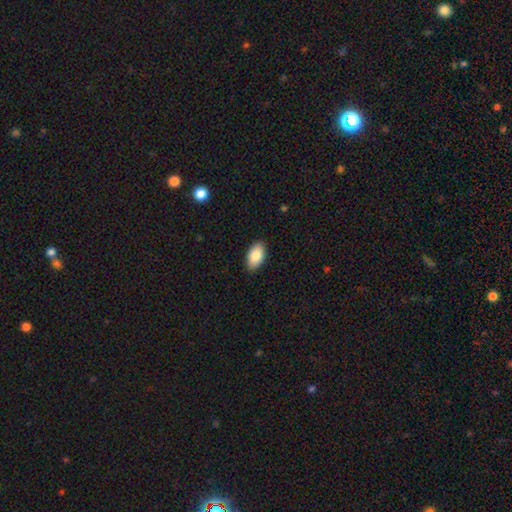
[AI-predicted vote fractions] Smooth or featured?
  - smooth: 85% *
  - featured or disk: 9%
  - star or artifact: 6%
How rounded?
  - in between: 95% *
  - round: 4%
  - cigar-shaped: 2%
Merging?
  - none: 89% *
  - minor disturbance: 9%
  - major disturbance: 2%
  - merger: 1%